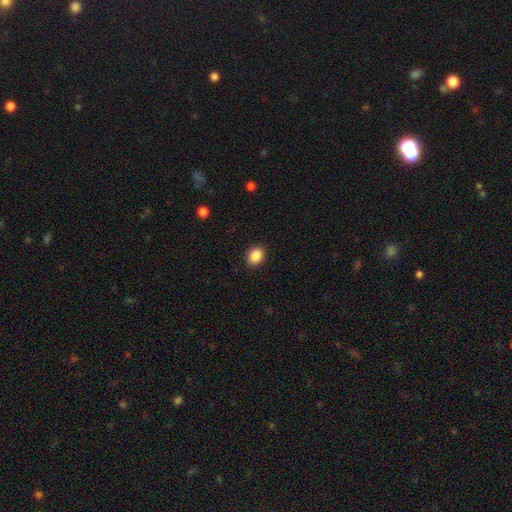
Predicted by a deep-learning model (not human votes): Smooth or featured? Predicted: smooth (p=0.88). How rounded? Predicted: round (p=0.57). Merging? Predicted: none (p=0.91).